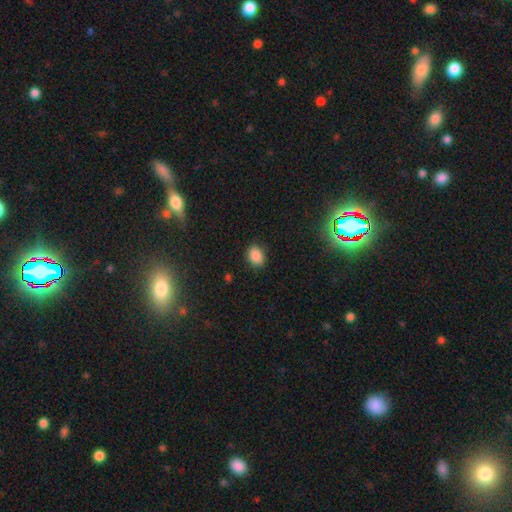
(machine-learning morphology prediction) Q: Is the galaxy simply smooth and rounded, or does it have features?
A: smooth — 86%.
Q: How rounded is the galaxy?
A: in between — 67%.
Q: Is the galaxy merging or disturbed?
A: none — 85%.